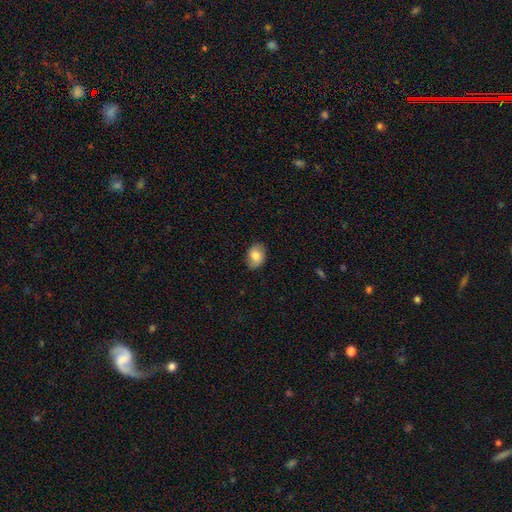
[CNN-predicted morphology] smooth_or_featured: smooth (p=0.74) [alt: featured or disk p=0.18]
how_rounded: in between (p=0.74) [alt: round p=0.25]
merging: none (p=0.79) [alt: minor disturbance p=0.17]